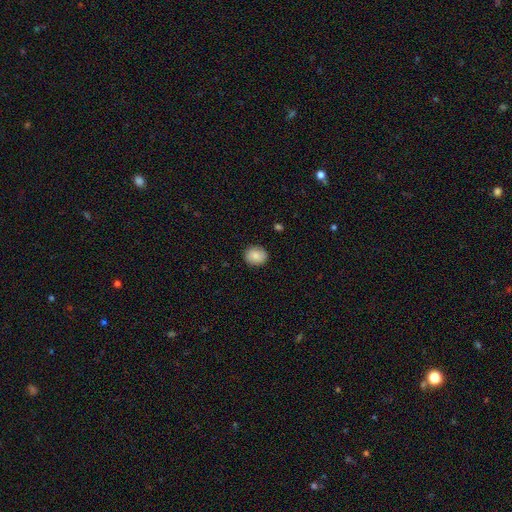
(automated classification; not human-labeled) Overall: smooth (85%). How rounded: round (71%). Merging: none (89%).